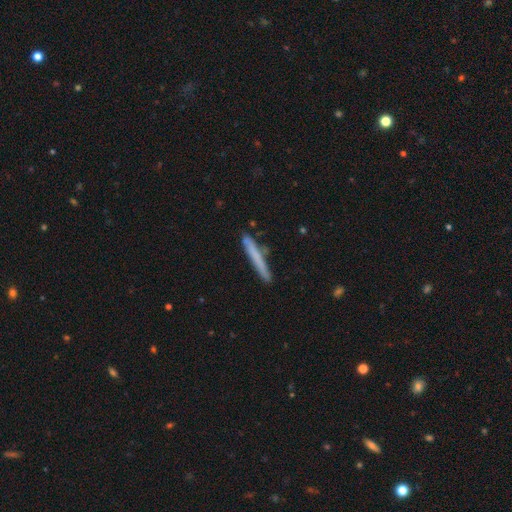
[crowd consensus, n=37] Overall: smooth (68%; featured or disk 30%). How rounded: cigar-shaped (92%). Merging: none (92%).